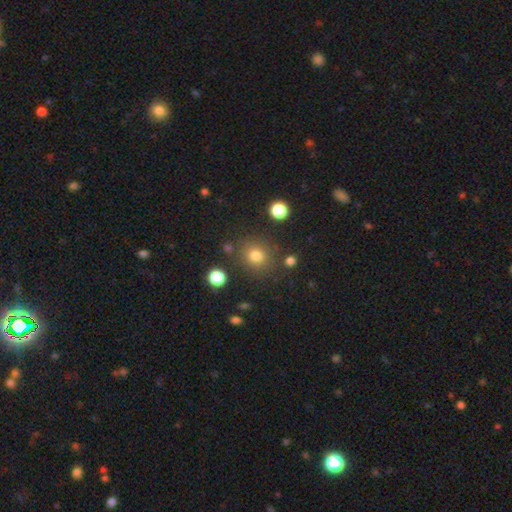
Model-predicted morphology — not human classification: Smooth or featured? smooth (78%)
How rounded? round (84%)
Merging? none (83%)